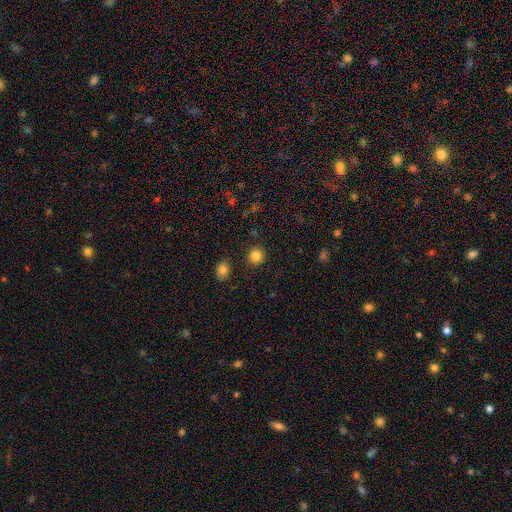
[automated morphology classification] Q: Smooth or featured?
A: smooth (85%); runner-up: star or artifact (11%)
Q: How rounded?
A: round (91%); runner-up: in between (8%)
Q: Merging?
A: none (90%); runner-up: minor disturbance (6%)